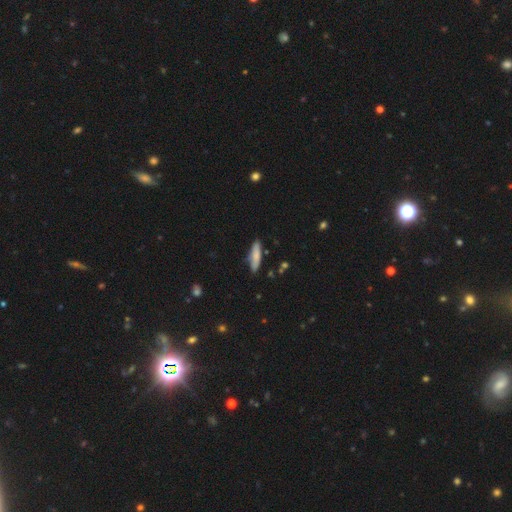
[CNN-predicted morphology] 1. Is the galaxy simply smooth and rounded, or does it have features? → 76% smooth, 17% featured or disk, 6% star or artifact.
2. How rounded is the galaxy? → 70% cigar-shaped, 29% in between, 2% round.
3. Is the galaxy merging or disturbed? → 79% none, 16% minor disturbance, 3% major disturbance, 2% merger.